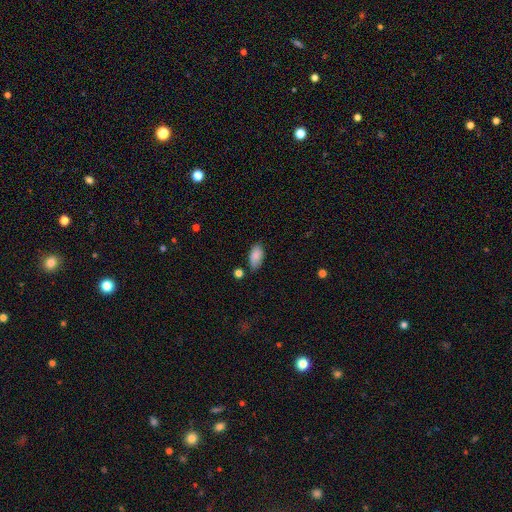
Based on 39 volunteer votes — smooth_or_featured: smooth (p=0.92) [alt: featured or disk p=0.05]
how_rounded: in between (p=0.97) [alt: round p=0.03]
merging: none (p=0.82) [alt: minor disturbance p=0.16]